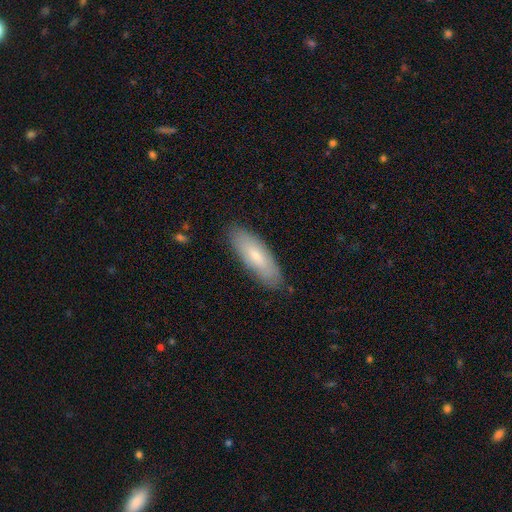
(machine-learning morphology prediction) Smooth or featured? Predicted: smooth (p=0.70). How rounded? Predicted: in between (p=0.58). Merging? Predicted: none (p=0.85).